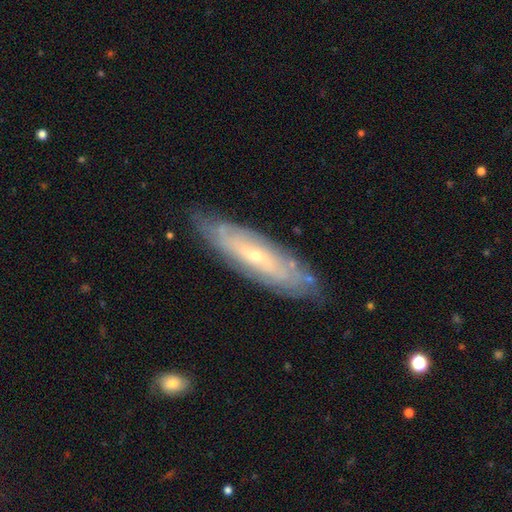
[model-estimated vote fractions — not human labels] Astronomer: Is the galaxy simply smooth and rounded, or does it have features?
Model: featured or disk — 76%.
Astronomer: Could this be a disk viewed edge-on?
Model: no — 71%.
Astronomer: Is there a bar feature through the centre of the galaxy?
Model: no — 64%.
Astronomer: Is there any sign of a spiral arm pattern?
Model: yes — 80%.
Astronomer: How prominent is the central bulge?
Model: small — 75%.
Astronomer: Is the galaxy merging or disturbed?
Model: none — 80%.